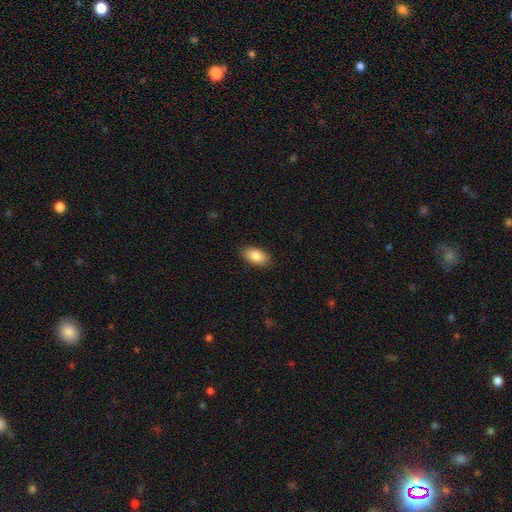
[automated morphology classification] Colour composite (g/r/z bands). It shows a smooth galaxy with no disk features (86%) that is in between round and cigar-shaped (93%). Merging: none (88%).